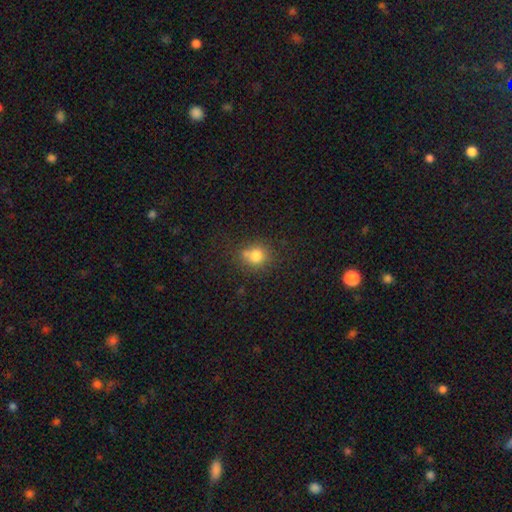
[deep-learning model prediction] The model was most divided on "merging": none: 59%, merger: 22%, minor disturbance: 14%, major disturbance: 5%. More confident: how rounded — round (80%); smooth or featured — smooth (77%).